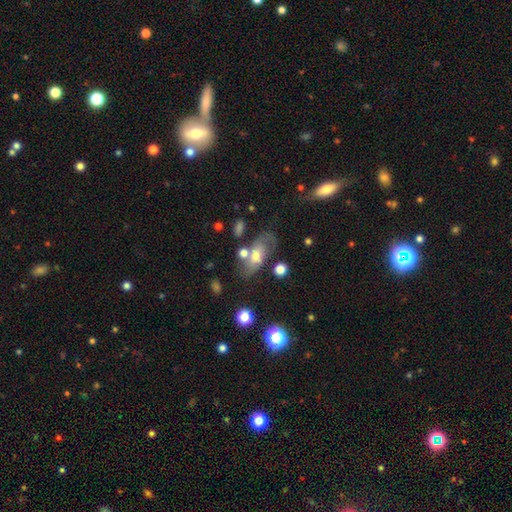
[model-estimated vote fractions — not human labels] Q: Smooth or featured?
A: featured or disk (45%); tied with: smooth (45%)
Q: Merging?
A: none (46%); runner-up: minor disturbance (22%)